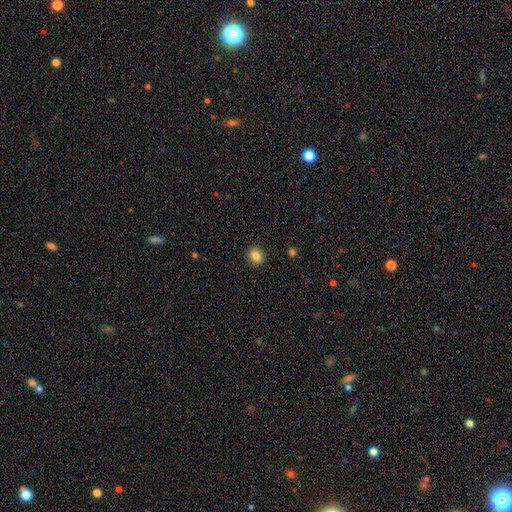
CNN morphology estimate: Smooth or featured? Predicted: smooth (p=0.85). How rounded? Predicted: round (p=0.73). Merging? Predicted: none (p=0.91).